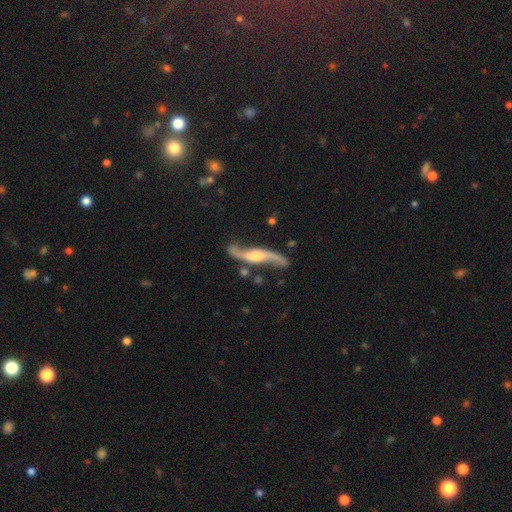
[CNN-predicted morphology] A featured or disk galaxy (88%) with no bar (52%), 2 (94%) loose (87%) spiral arms (96%) and a moderate central bulge (53%).

Vote fractions:
- Smooth or featured? featured or disk: 88% / smooth: 7% / star or artifact: 5%
- Edge-on disk? no: 78% / yes: 22%
- Bar? no: 52% / weak: 32% / strong: 17%
- Spiral arms? yes: 96% / no: 4%
- Spiral winding? loose: 87% / medium: 10% / tight: 3%
- Spiral arm count? 2: 94% / 1: 2% / can't tell: 2% / 3: 1% / 4: 1% / more than 4: 1%
- Bulge size? moderate: 53% / small: 25% / large: 13% / none: 6% / dominant: 2%
- Merging? none: 74% / minor disturbance: 15% / major disturbance: 6% / merger: 5%